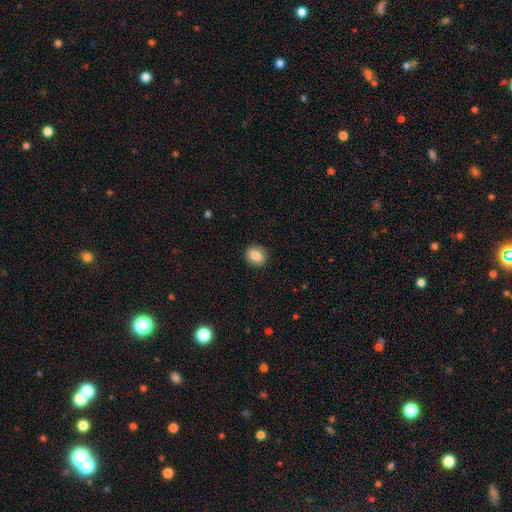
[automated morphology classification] Q: Smooth or featured?
A: smooth (83%); runner-up: star or artifact (9%)
Q: How rounded?
A: round (80%); runner-up: in between (19%)
Q: Merging?
A: none (91%); runner-up: minor disturbance (6%)